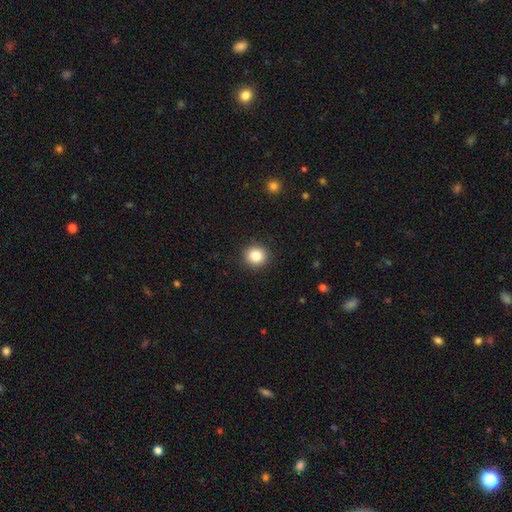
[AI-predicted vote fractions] Q: Smooth or featured?
A: smooth (84%); runner-up: star or artifact (10%)
Q: How rounded?
A: round (89%); runner-up: in between (10%)
Q: Merging?
A: none (91%); runner-up: minor disturbance (6%)